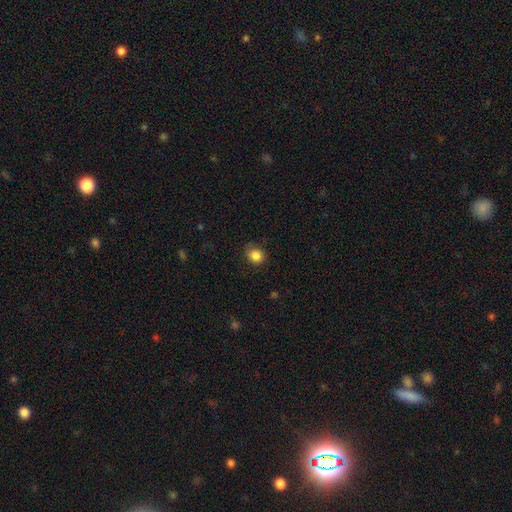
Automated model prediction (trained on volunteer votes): Smooth or featured?
  - smooth: 85% *
  - star or artifact: 10%
  - featured or disk: 5%
How rounded?
  - round: 68% *
  - in between: 31%
  - cigar-shaped: 1%
Merging?
  - none: 77% *
  - minor disturbance: 18%
  - major disturbance: 4%
  - merger: 1%